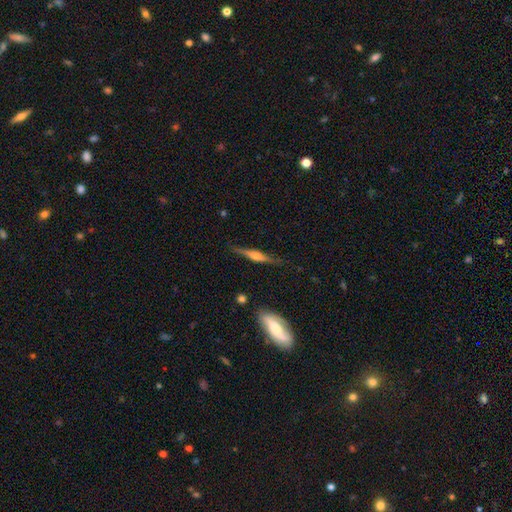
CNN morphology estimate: Smooth or featured?
  - featured or disk: 67% *
  - smooth: 27%
  - star or artifact: 6%
Edge-on disk?
  - yes: 96% *
  - no: 4%
Edge-on bulge?
  - rounded: 79% *
  - boxy: 14%
  - none: 7%
Merging?
  - none: 82% *
  - minor disturbance: 13%
  - major disturbance: 3%
  - merger: 2%